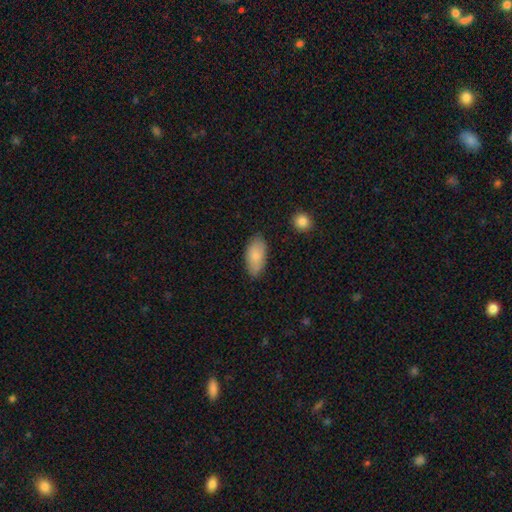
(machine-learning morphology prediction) Smooth or featured?
  - smooth: 83% *
  - featured or disk: 11%
  - star or artifact: 6%
How rounded?
  - in between: 93% *
  - cigar-shaped: 4%
  - round: 3%
Merging?
  - none: 82% *
  - minor disturbance: 14%
  - major disturbance: 3%
  - merger: 2%